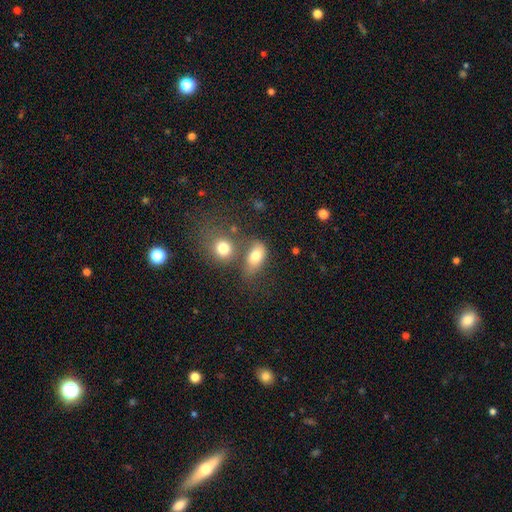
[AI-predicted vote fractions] smooth 78%, featured or disk 12%, star or artifact 11%. Down the decision tree: how rounded — in between (79%); merging — none (39%).